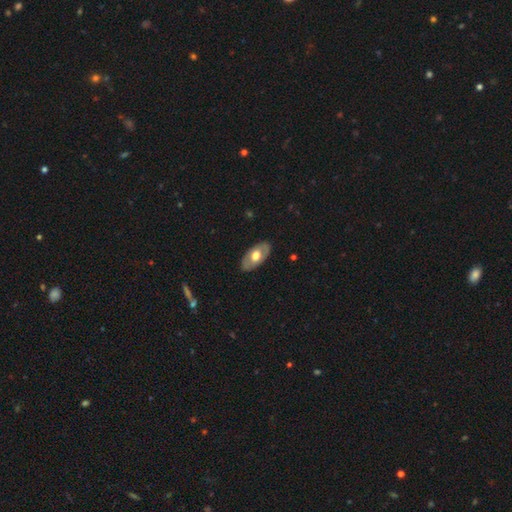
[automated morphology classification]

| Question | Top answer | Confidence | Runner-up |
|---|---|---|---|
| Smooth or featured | smooth | 50% | featured or disk (45%) |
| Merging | none | 85% | minor disturbance (11%) |